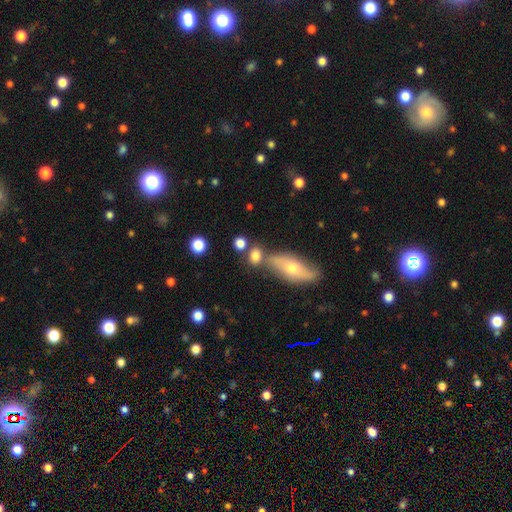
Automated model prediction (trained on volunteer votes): Smooth or featured? Predicted: smooth (p=0.79). How rounded? Predicted: in between (p=0.49). Merging? Predicted: none (p=0.59).